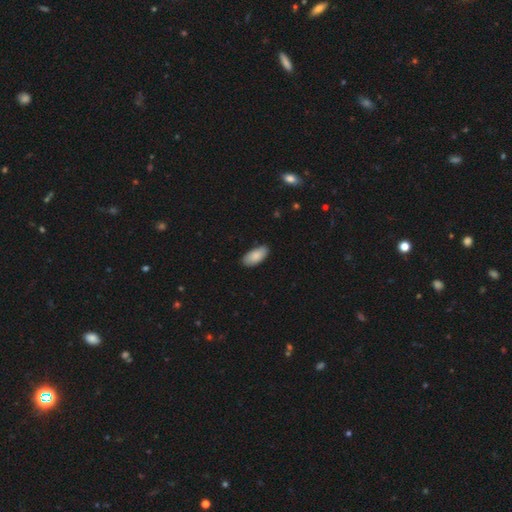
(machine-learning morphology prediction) Smooth or featured? smooth (87%)
How rounded? in between (94%)
Merging? none (79%)